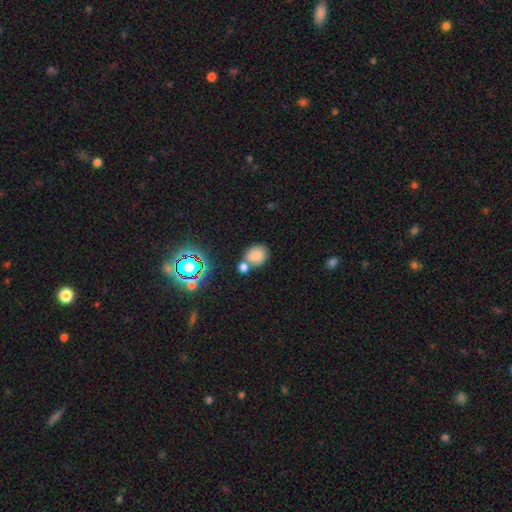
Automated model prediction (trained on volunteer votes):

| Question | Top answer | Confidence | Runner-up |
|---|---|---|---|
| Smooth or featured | smooth | 75% | star or artifact (14%) |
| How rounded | round | 56% | in between (43%) |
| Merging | none | 47% | merger (35%) |